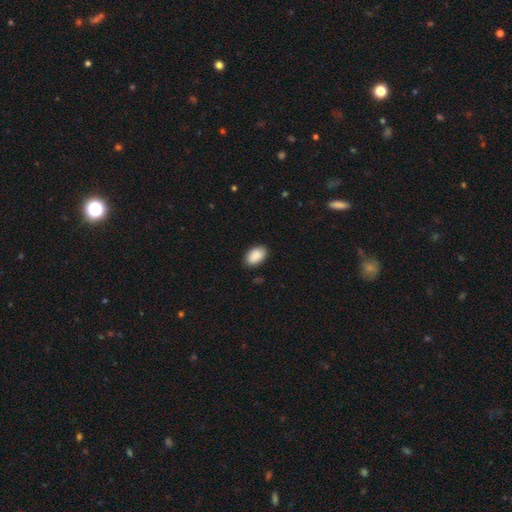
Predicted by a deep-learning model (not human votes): Smooth or featured? smooth (90%)
How rounded? in between (92%)
Merging? none (87%)